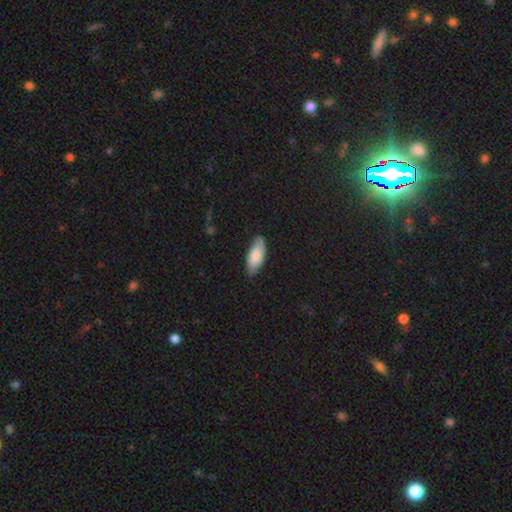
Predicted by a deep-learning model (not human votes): Overall: smooth (78%). How rounded: in between (87%). Merging: none (74%).